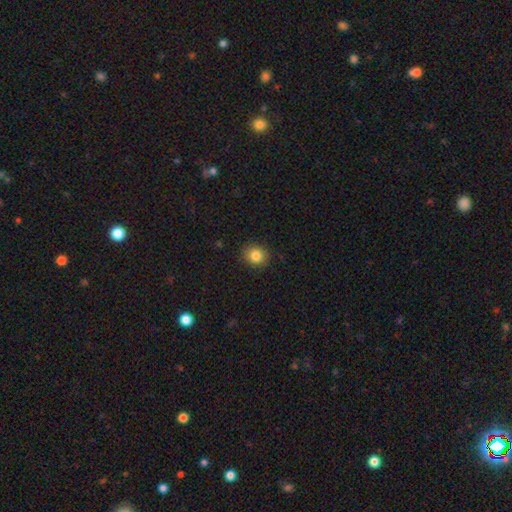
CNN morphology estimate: This appears to be a smooth galaxy with no disk features (84%) that is round (78%). Merging: none (88%).